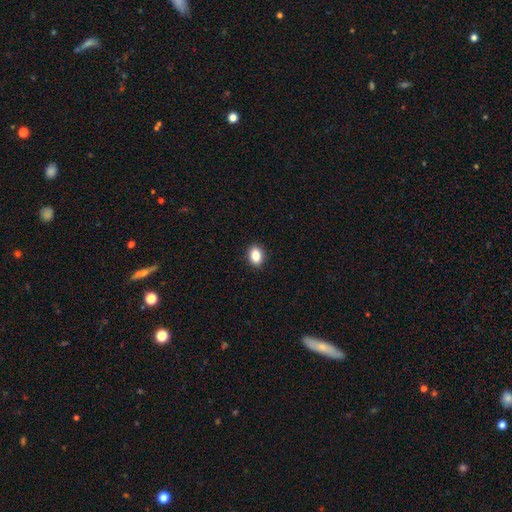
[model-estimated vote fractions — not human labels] The model was most divided on "how rounded": in between: 65%, round: 34%, cigar-shaped: 1%. More confident: merging — none (91%); smooth or featured — smooth (85%).